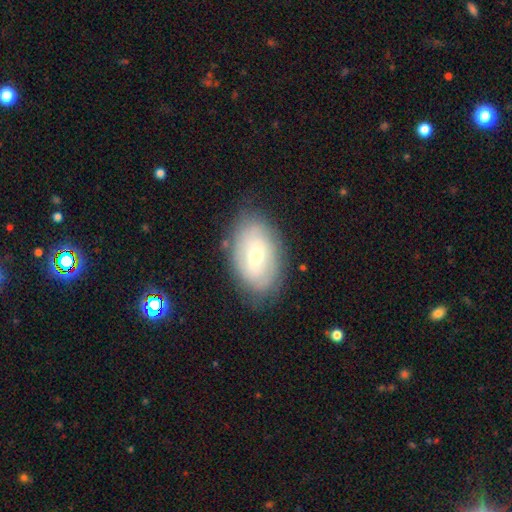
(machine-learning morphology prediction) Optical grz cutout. It shows a featured or disk galaxy (49%). Merging: none (78%).